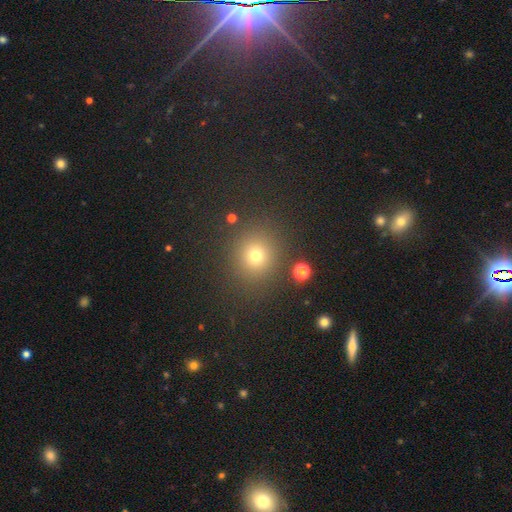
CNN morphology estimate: smooth 71%, star or artifact 22%, featured or disk 7%. Down the decision tree: how rounded — round (90%); merging — none (88%).